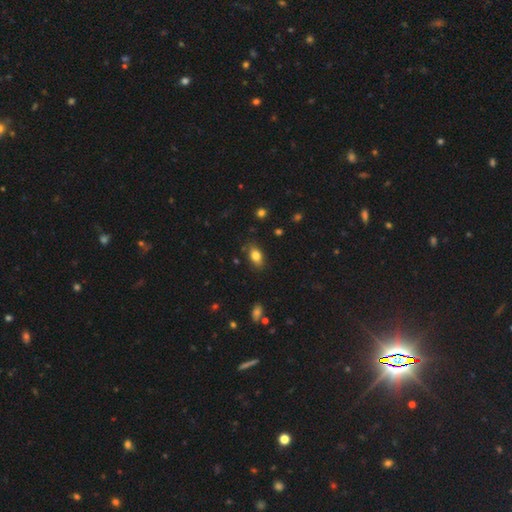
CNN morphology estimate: Smooth or featured?
  - smooth: 81% *
  - featured or disk: 10%
  - star or artifact: 9%
How rounded?
  - in between: 86% *
  - round: 11%
  - cigar-shaped: 3%
Merging?
  - none: 81% *
  - minor disturbance: 14%
  - major disturbance: 3%
  - merger: 2%